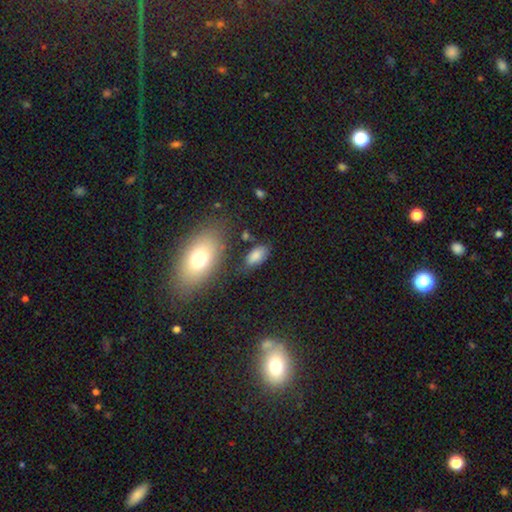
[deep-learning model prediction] smooth-or-featured: smooth: 82% | star or artifact: 10% | featured or disk: 9%
  how-rounded: in between: 92% | cigar-shaped: 4% | round: 4%
  merging: none: 71% | minor disturbance: 17% | major disturbance: 6% | merger: 5%